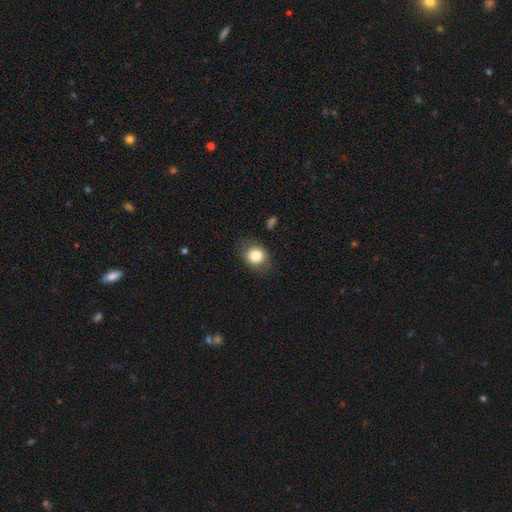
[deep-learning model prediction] A smooth galaxy with no disk features (80%) that is round (64%).

Vote fractions:
- Smooth or featured? smooth: 80% / featured or disk: 11% / star or artifact: 9%
- How rounded? round: 64% / in between: 35% / cigar-shaped: 1%
- Merging? none: 76% / minor disturbance: 17% / major disturbance: 6% / merger: 2%